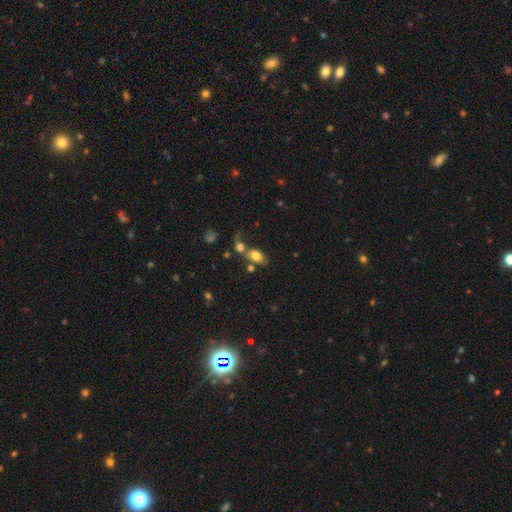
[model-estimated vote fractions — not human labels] smooth-or-featured: smooth: 78% | featured or disk: 12% | star or artifact: 10%
  how-rounded: in between: 81% | round: 17% | cigar-shaped: 2%
  merging: none: 45% | merger: 36% | minor disturbance: 12% | major disturbance: 7%